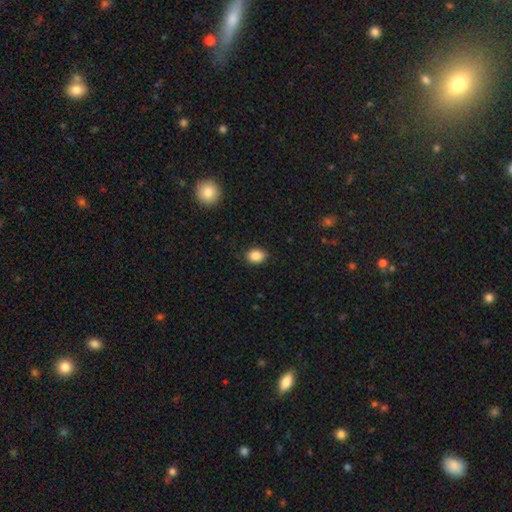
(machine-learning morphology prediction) This appears to be a smooth galaxy with no disk features (87%) that is in between round and cigar-shaped (59%). Merging: none (83%).